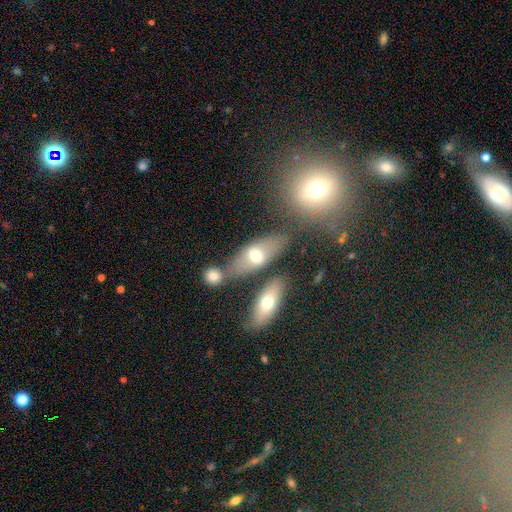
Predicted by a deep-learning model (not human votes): smooth 62%, featured or disk 29%, star or artifact 9%. Down the decision tree: how rounded — in between (72%); merging — none (60%).